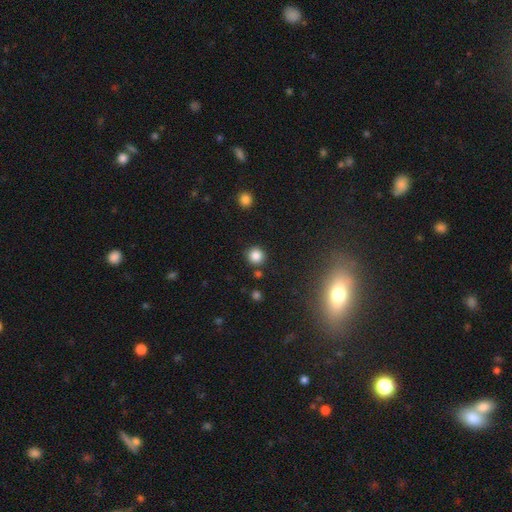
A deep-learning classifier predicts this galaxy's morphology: A smooth galaxy with no disk features (84%) that is round (93%). Merging: none (87%).